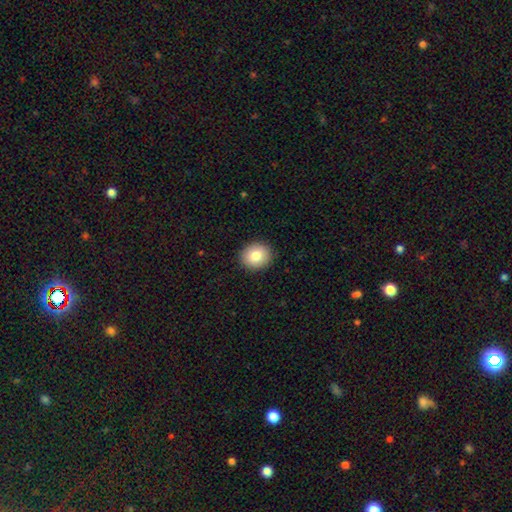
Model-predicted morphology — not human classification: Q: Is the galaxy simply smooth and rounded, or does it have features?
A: smooth — 83%.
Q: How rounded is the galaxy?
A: round — 72%.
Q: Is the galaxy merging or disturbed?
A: none — 91%.